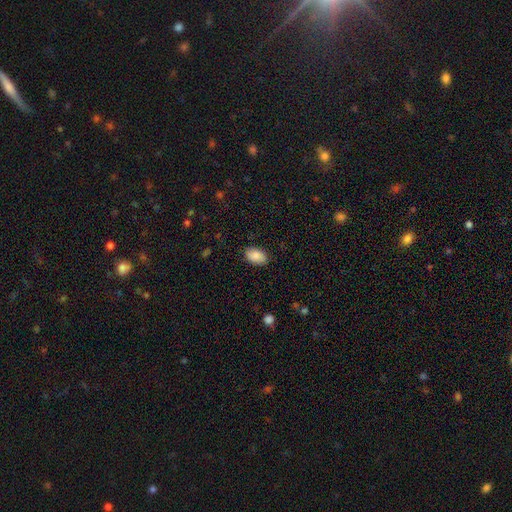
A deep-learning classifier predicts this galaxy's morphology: Smooth or featured: smooth — 88% (star or artifact — 7%)
How rounded: in between — 92% (round — 7%)
Merging: none — 85% (minor disturbance — 11%)